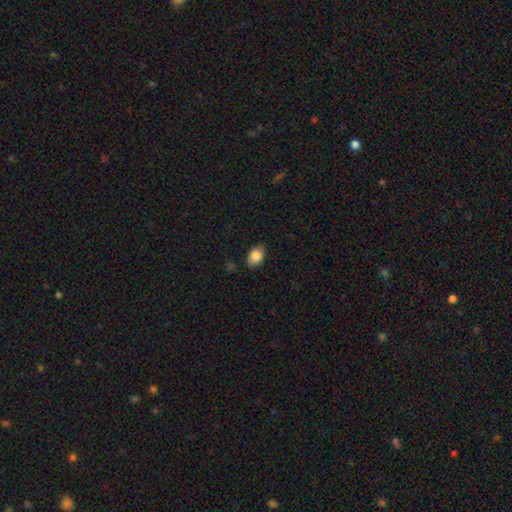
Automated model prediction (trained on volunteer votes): Smooth or featured? smooth (86%)
How rounded? in between (84%)
Merging? none (81%)